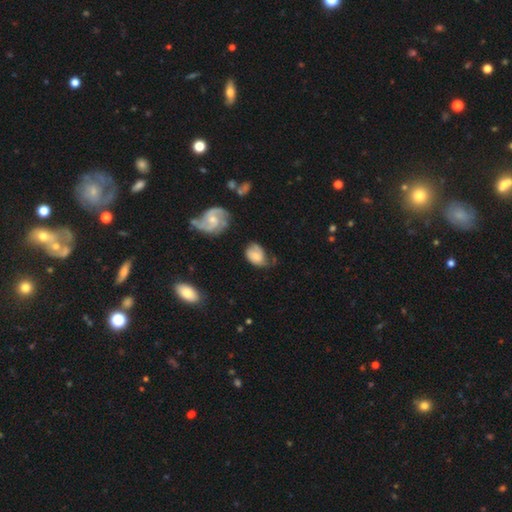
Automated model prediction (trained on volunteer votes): smooth-or-featured: smooth: 51% | featured or disk: 41% | star or artifact: 9%
  how-rounded: in between: 70% | round: 28% | cigar-shaped: 1%
  merging: none: 41% | minor disturbance: 34% | major disturbance: 20% | merger: 5%